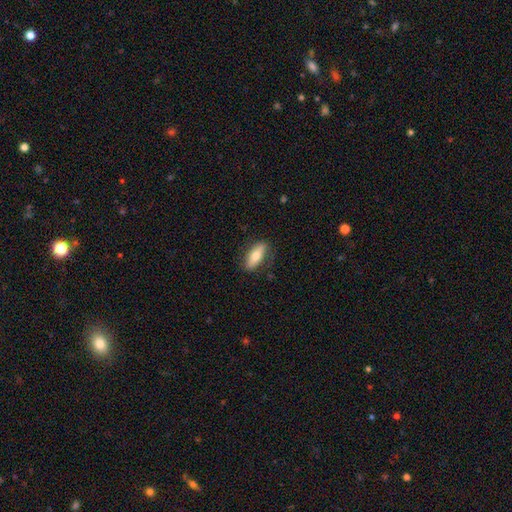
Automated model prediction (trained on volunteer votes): A smooth galaxy with no disk features (68%) that is in between round and cigar-shaped (74%).

Vote fractions:
- Smooth or featured? smooth: 68% / featured or disk: 26% / star or artifact: 6%
- How rounded? in between: 74% / cigar-shaped: 23% / round: 3%
- Merging? none: 79% / minor disturbance: 15% / major disturbance: 4% / merger: 1%